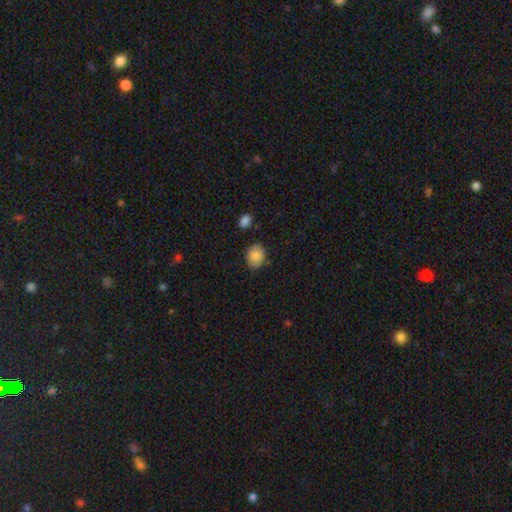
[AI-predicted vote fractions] A smooth galaxy with no disk features (86%) that is in between round and cigar-shaped (56%).

Vote fractions:
- Smooth or featured? smooth: 86% / star or artifact: 8% / featured or disk: 7%
- How rounded? in between: 56% / round: 43% / cigar-shaped: 1%
- Merging? none: 80% / minor disturbance: 15% / major disturbance: 3% / merger: 2%